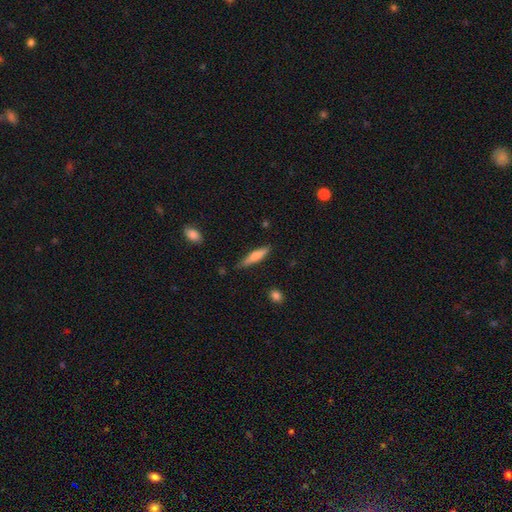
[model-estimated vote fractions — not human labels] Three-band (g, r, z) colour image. It shows a smooth galaxy with no disk features (64%) that is cigar-shaped (78%). Merging: none (79%).